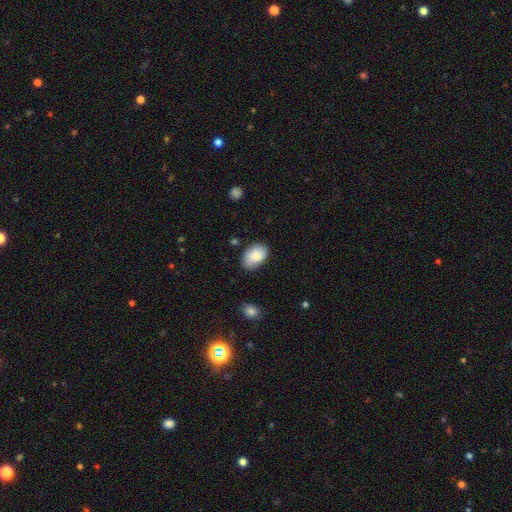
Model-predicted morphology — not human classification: A smooth galaxy with no disk features (81%) that is in between round and cigar-shaped (86%).

Vote fractions:
- Smooth or featured? smooth: 81% / featured or disk: 12% / star or artifact: 7%
- How rounded? in between: 86% / round: 13% / cigar-shaped: 1%
- Merging? none: 72% / minor disturbance: 21% / major disturbance: 4% / merger: 2%